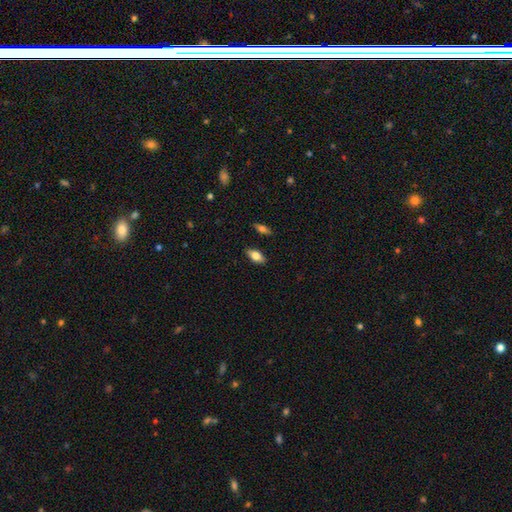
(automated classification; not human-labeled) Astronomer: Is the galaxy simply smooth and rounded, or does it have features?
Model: smooth — 67%.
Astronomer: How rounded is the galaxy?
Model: in between — 86%.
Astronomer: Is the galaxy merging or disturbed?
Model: none — 87%.